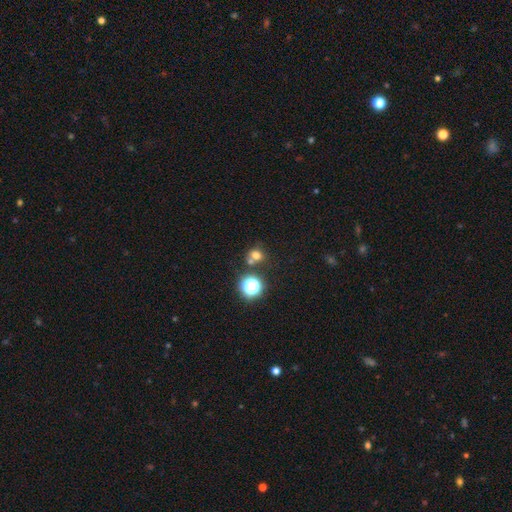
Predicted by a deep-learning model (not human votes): A smooth galaxy with no disk features (69%) that is round (76%). Merging: none (58%).